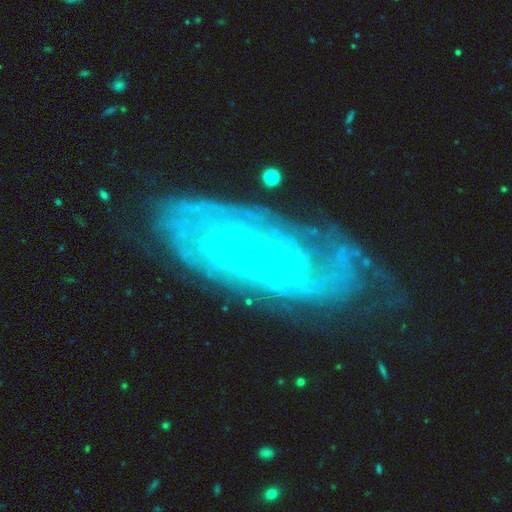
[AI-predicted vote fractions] smooth_or_featured: featured or disk (p=0.85) [alt: smooth p=0.09]
disk_edge_on: no (p=0.92) [alt: yes p=0.08]
bar: no (p=0.56) [alt: weak p=0.33]
has_spiral_arms: yes (p=0.94) [alt: no p=0.06]
spiral_winding: tight (p=0.72) [alt: medium p=0.23]
spiral_arm_count: can't tell (p=0.42) [alt: 2 p=0.15]
bulge_size: small (p=0.85) [alt: moderate p=0.07]
merging: none (p=0.68) [alt: minor disturbance p=0.20]